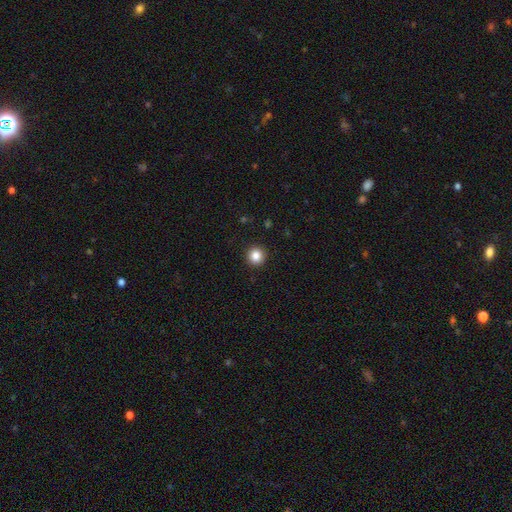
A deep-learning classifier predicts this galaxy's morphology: Smooth or featured? smooth (85%)
How rounded? round (95%)
Merging? none (93%)